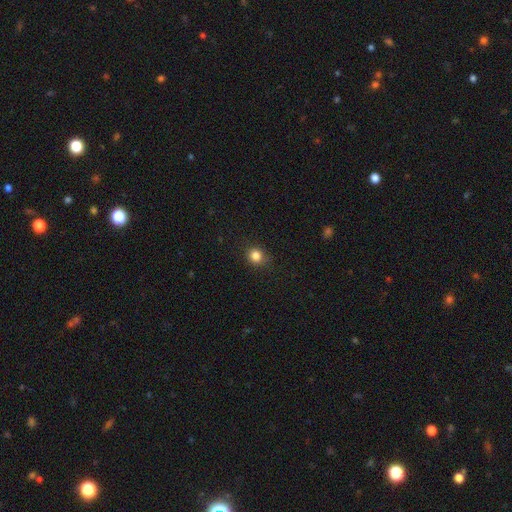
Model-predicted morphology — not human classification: Smooth or featured?
  - smooth: 83% *
  - star or artifact: 12%
  - featured or disk: 5%
How rounded?
  - round: 82% *
  - in between: 17%
  - cigar-shaped: 1%
Merging?
  - none: 85% *
  - minor disturbance: 11%
  - major disturbance: 3%
  - merger: 1%